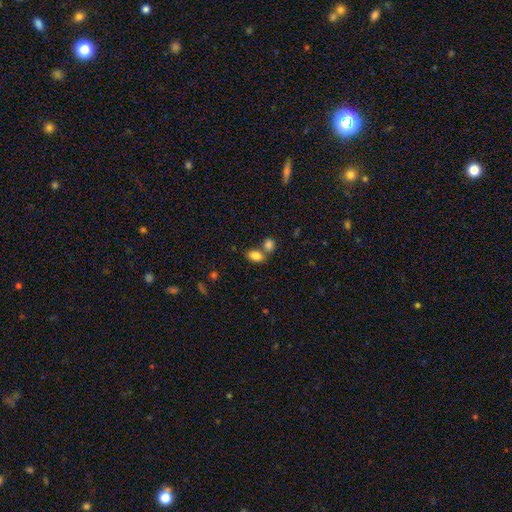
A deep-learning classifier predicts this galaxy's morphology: smooth 84%, star or artifact 9%, featured or disk 7%. Down the decision tree: how rounded — in between (86%); merging — none (48%).